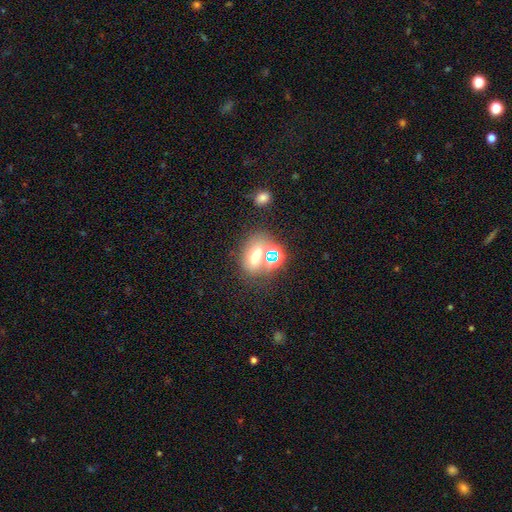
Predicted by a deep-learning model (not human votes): The model was most divided on "how rounded": in between: 62%, round: 35%, cigar-shaped: 3%. More confident: smooth or featured — smooth (54%); merging — none (54%).